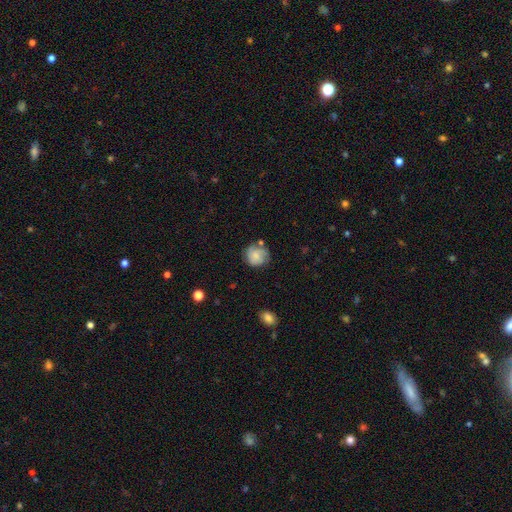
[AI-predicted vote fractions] Overall: smooth (55%; featured or disk 36%). How rounded: round (84%). Merging: none (64%).